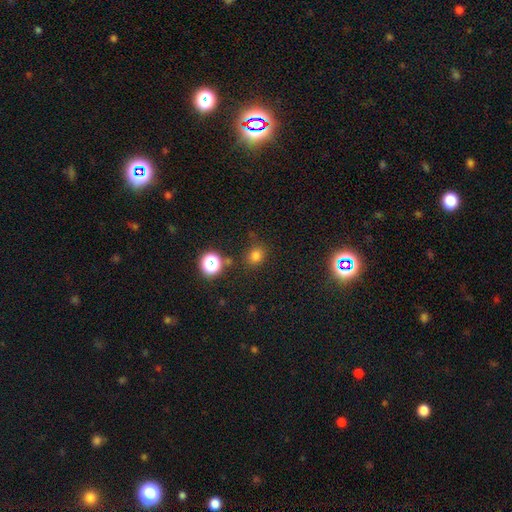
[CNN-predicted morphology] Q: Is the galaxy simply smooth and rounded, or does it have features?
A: smooth — 75%.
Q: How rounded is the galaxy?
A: round — 70%.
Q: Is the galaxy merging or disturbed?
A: none — 79%.